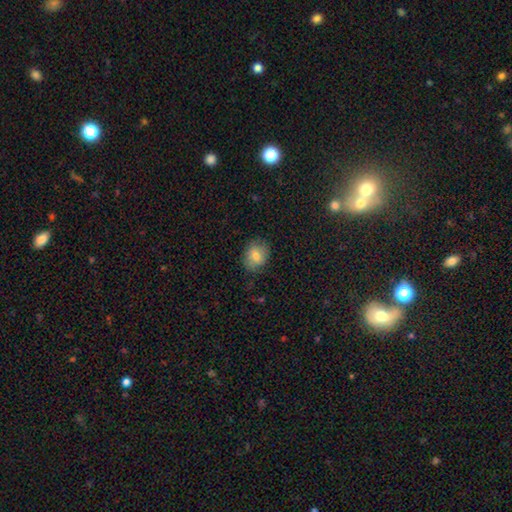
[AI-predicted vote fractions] The model was most divided on "how rounded": in between: 52%, round: 47%, cigar-shaped: 1%. More confident: merging — none (79%); smooth or featured — smooth (75%).